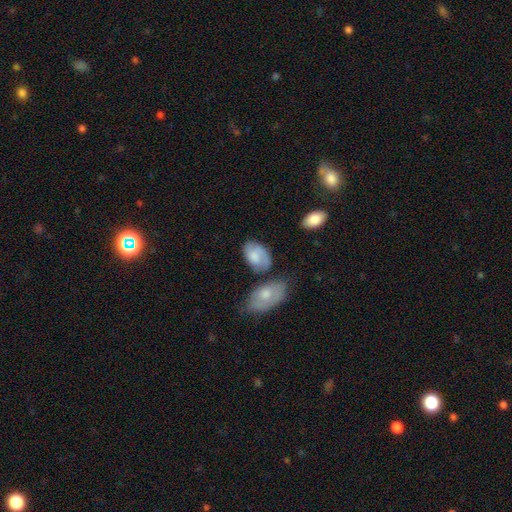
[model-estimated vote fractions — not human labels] The model was most divided on "smooth or featured": smooth: 61%, featured or disk: 33%, star or artifact: 7%. More confident: how rounded — in between (88%); merging — none (53%).